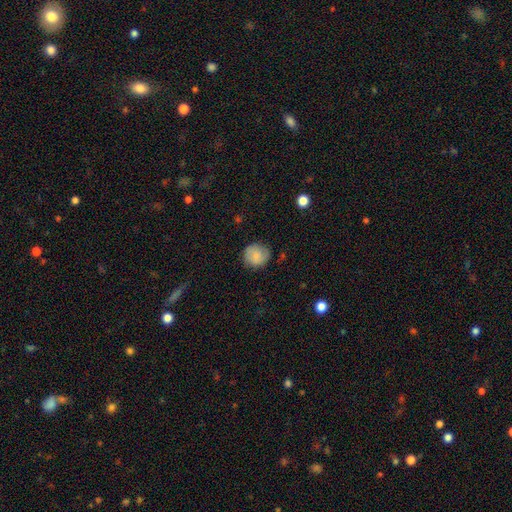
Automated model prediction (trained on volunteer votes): This appears to be a smooth galaxy with no disk features (80%) that is round (88%). Merging: none (82%).